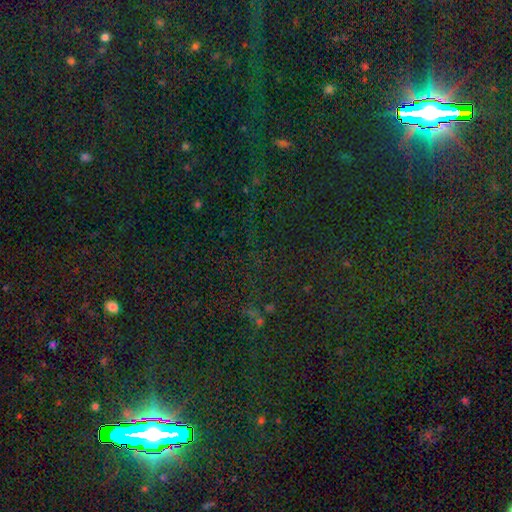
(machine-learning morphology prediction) type=star or artifact (83%).